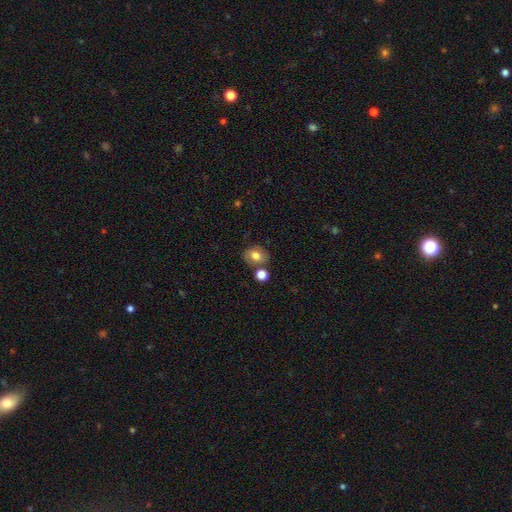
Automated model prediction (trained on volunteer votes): smooth 71%, featured or disk 19%, star or artifact 9%. Down the decision tree: how rounded — in between (53%); merging — none (66%).